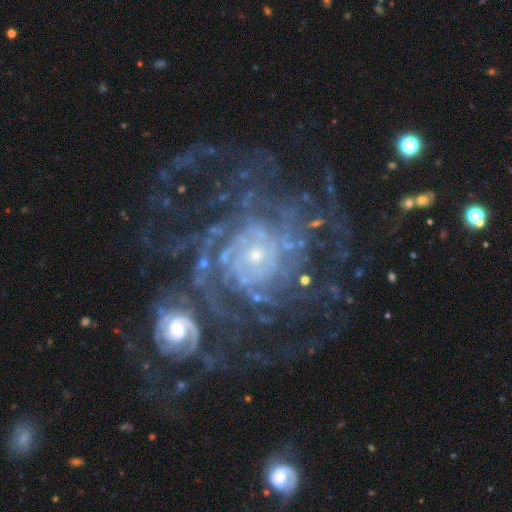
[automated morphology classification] Q: Smooth or featured?
A: featured or disk (87%); runner-up: star or artifact (8%)
Q: Edge-on disk?
A: no (98%); runner-up: yes (2%)
Q: Bar?
A: no (79%); runner-up: weak (15%)
Q: Spiral arms?
A: yes (94%); runner-up: no (6%)
Q: Spiral winding?
A: tight (66%); runner-up: medium (24%)
Q: Spiral arm count?
A: can't tell (31%); runner-up: more than 4 (23%)
Q: Bulge size?
A: small (67%); runner-up: moderate (25%)
Q: Merging?
A: none (57%); runner-up: major disturbance (19%)